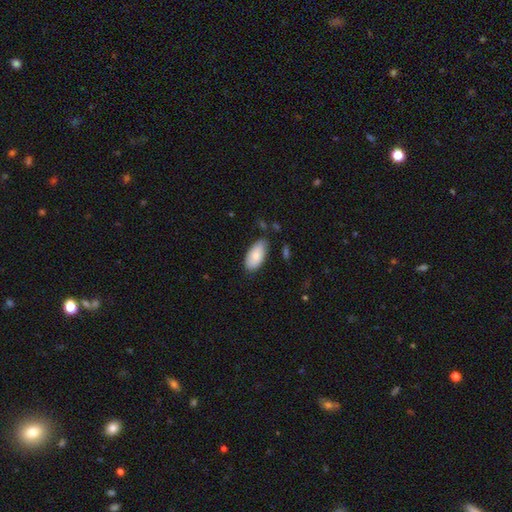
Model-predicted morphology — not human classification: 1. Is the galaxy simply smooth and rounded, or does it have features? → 80% smooth, 13% featured or disk, 6% star or artifact.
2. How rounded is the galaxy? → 94% in between, 4% cigar-shaped, 2% round.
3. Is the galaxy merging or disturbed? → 77% none, 18% minor disturbance, 3% major disturbance, 2% merger.